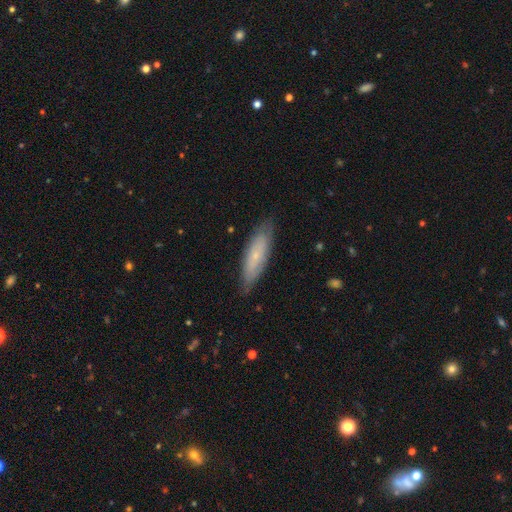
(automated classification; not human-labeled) Morphology: type=smooth (53%); roundness=cigar-shaped (55%); merging=none (78%).